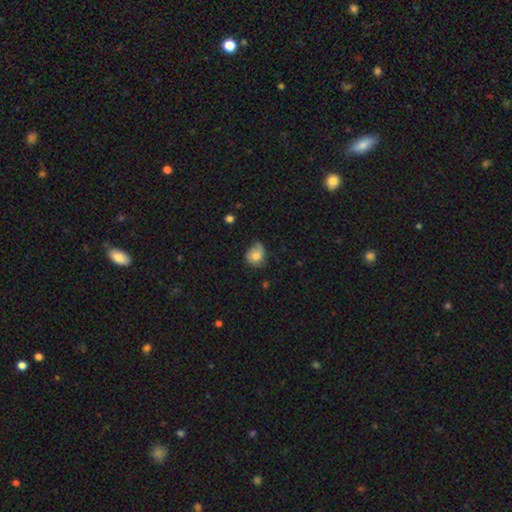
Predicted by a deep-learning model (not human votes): Smooth or featured: smooth — 72% (featured or disk — 19%)
How rounded: round — 61% (in between — 38%)
Merging: none — 45% (minor disturbance — 40%)